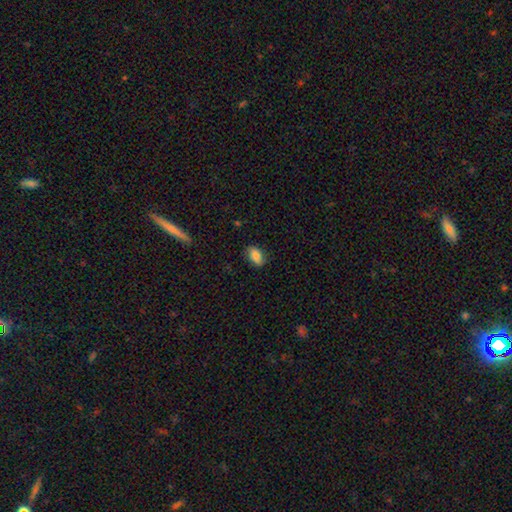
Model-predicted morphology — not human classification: This appears to be a smooth galaxy with no disk features (83%) that is in between round and cigar-shaped (90%). Merging: none (83%).